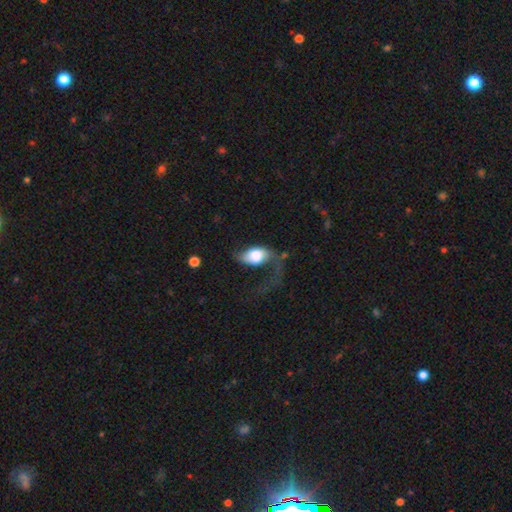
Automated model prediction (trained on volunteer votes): Q: Smooth or featured?
A: smooth (53%); runner-up: featured or disk (41%)
Q: How rounded?
A: in between (87%); runner-up: round (11%)
Q: Merging?
A: major disturbance (53%); runner-up: none (23%)